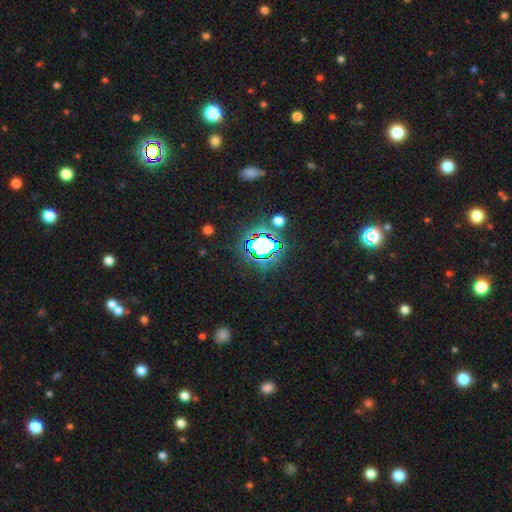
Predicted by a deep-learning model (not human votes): Smooth or featured: star or artifact — 80% (smooth — 12%)